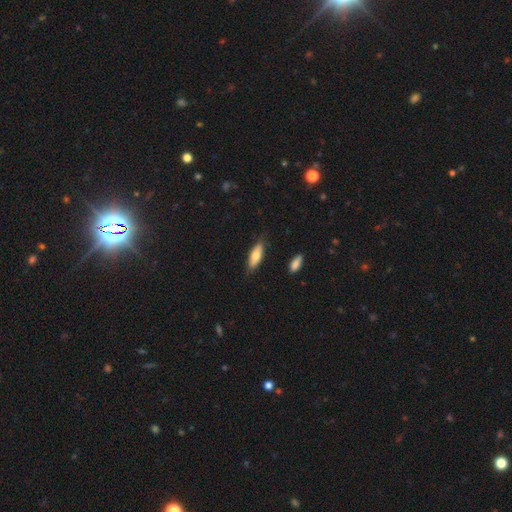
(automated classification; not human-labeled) Morphology: type=smooth (76%); roundness=in between (59%); merging=none (80%).